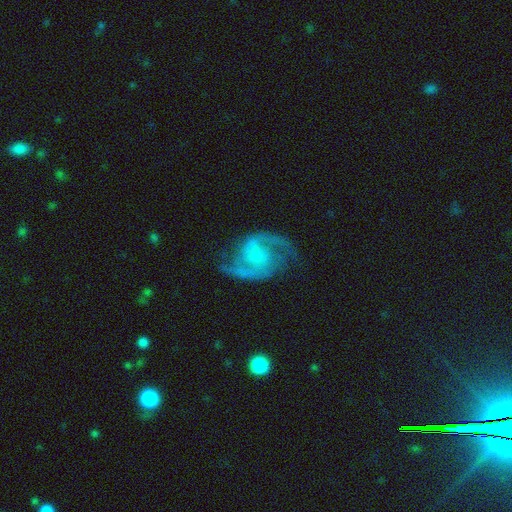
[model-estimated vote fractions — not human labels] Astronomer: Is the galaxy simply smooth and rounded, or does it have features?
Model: featured or disk — 89%.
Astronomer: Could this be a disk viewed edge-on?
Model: no — 98%.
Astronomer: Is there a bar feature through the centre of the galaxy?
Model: no — 51% (runner-up: weak, 39%).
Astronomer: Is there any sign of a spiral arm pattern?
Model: yes — 97%.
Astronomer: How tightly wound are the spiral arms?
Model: medium — 57%.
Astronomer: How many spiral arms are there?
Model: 2 — 93%.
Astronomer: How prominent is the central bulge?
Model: none — 43% (runner-up: small, 36%).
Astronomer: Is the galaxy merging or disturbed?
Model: none — 72%.